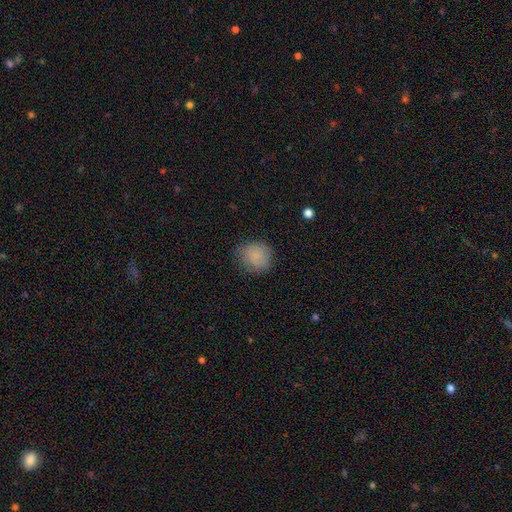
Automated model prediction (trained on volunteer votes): smooth 82%, star or artifact 9%, featured or disk 9%. Down the decision tree: how rounded — round (82%); merging — none (73%).